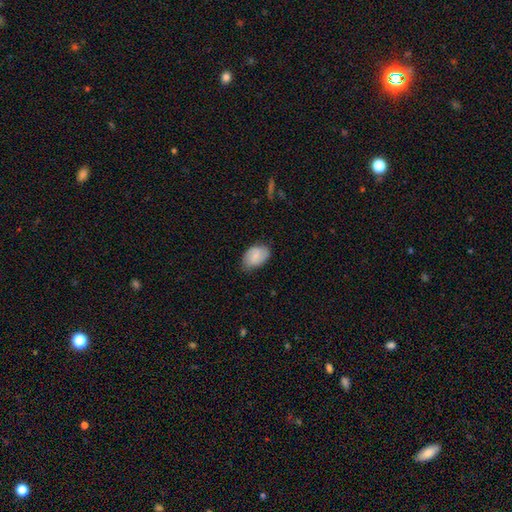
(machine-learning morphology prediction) A smooth galaxy with no disk features (72%) that is in between round and cigar-shaped (87%). Merging: none (69%).